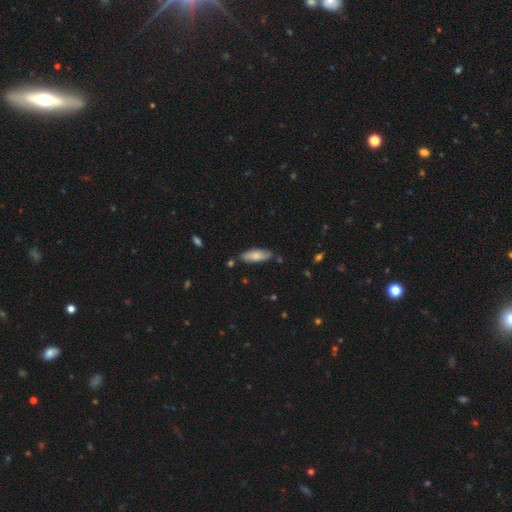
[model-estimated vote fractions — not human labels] Smooth or featured?
  - smooth: 75% *
  - featured or disk: 19%
  - star or artifact: 6%
How rounded?
  - in between: 62% *
  - cigar-shaped: 37%
  - round: 2%
Merging?
  - none: 80% *
  - minor disturbance: 14%
  - merger: 3%
  - major disturbance: 2%